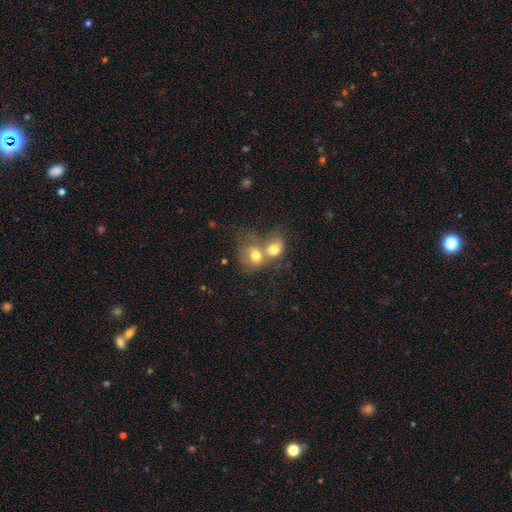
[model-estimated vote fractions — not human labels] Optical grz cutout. It shows a smooth galaxy with no disk features (69%) that is round (58%). Merging: merger (72%).